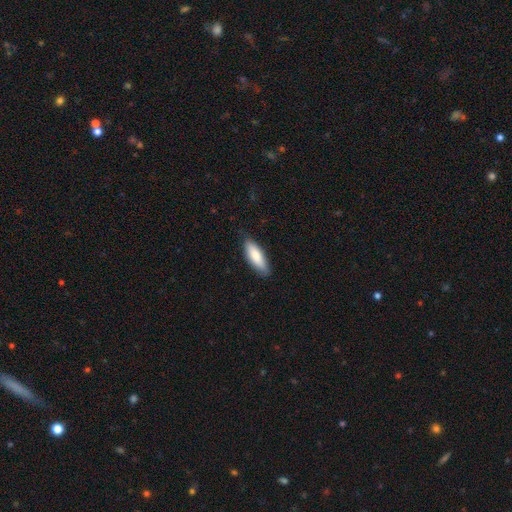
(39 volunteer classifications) smooth_or_featured: smooth (p=0.90) [alt: star or artifact p=0.08]
how_rounded: in between (p=0.63) [alt: cigar-shaped p=0.37]
merging: none (p=0.81) [alt: minor disturbance p=0.14]